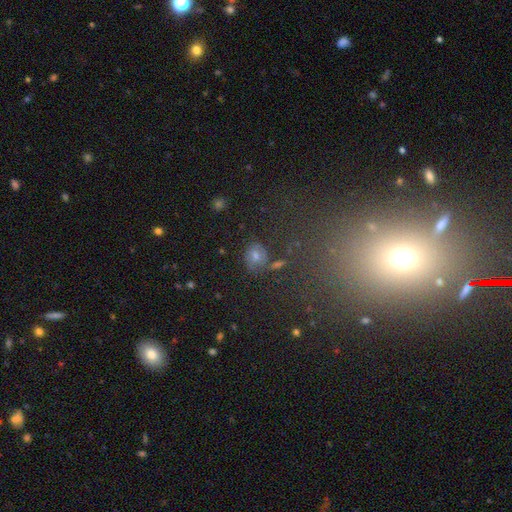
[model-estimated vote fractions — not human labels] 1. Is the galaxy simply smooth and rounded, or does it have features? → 45% smooth, 33% featured or disk, 22% star or artifact.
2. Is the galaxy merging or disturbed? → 72% none, 15% minor disturbance, 7% major disturbance, 5% merger.